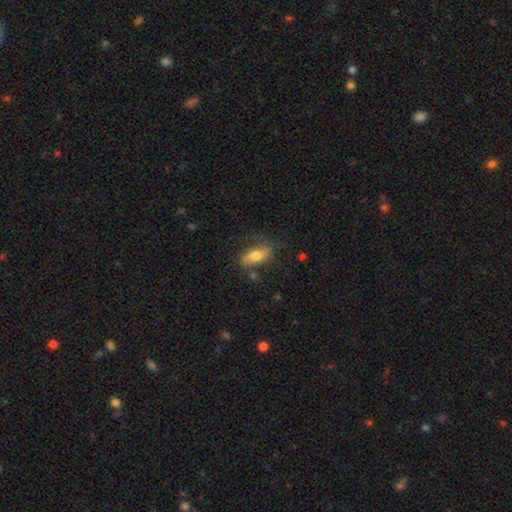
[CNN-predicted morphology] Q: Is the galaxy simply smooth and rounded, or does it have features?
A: smooth — 55%.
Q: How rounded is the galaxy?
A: in between — 77%.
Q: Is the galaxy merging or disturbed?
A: none — 62%.